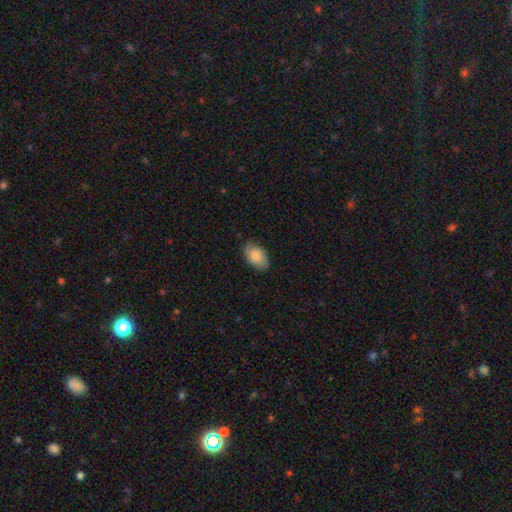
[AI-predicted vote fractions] Q: Smooth or featured?
A: smooth (83%); runner-up: featured or disk (10%)
Q: How rounded?
A: in between (93%); runner-up: round (6%)
Q: Merging?
A: none (84%); runner-up: minor disturbance (13%)